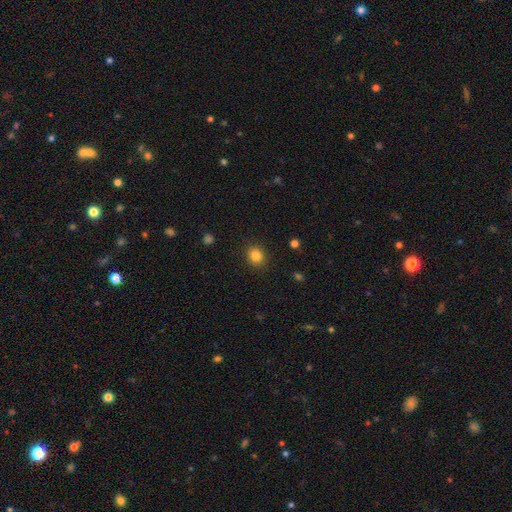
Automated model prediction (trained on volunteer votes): Q: Smooth or featured?
A: smooth (84%); runner-up: star or artifact (11%)
Q: How rounded?
A: round (74%); runner-up: in between (25%)
Q: Merging?
A: none (89%); runner-up: minor disturbance (7%)